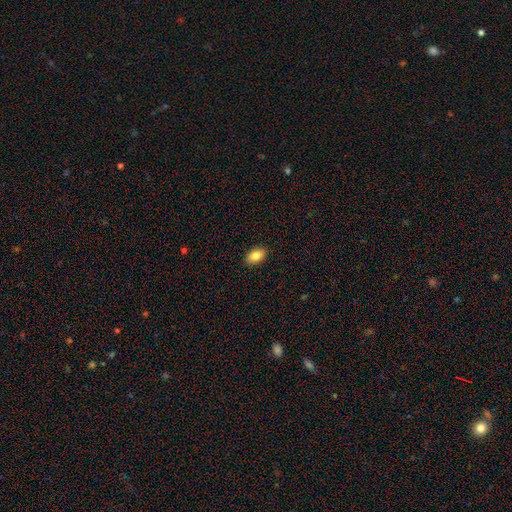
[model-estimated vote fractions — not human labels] Smooth or featured? Predicted: smooth (p=0.84). How rounded? Predicted: in between (p=0.89). Merging? Predicted: none (p=0.90).